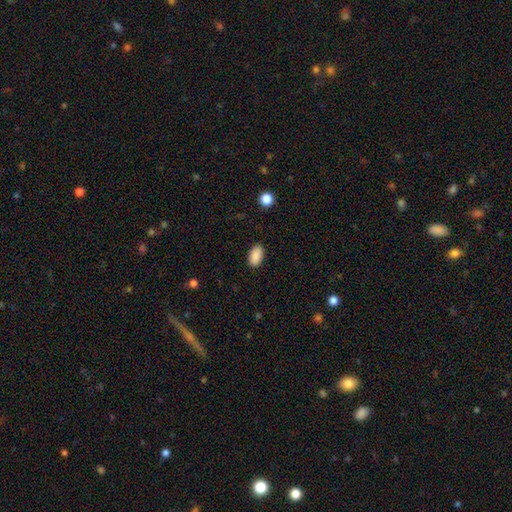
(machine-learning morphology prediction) Smooth or featured? smooth (90%)
How rounded? in between (94%)
Merging? none (88%)